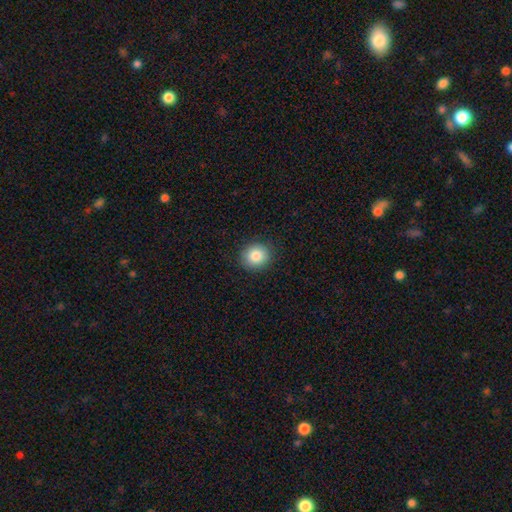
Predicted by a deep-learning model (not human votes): smooth 84%, star or artifact 9%, featured or disk 7%. Down the decision tree: how rounded — round (83%); merging — none (90%).